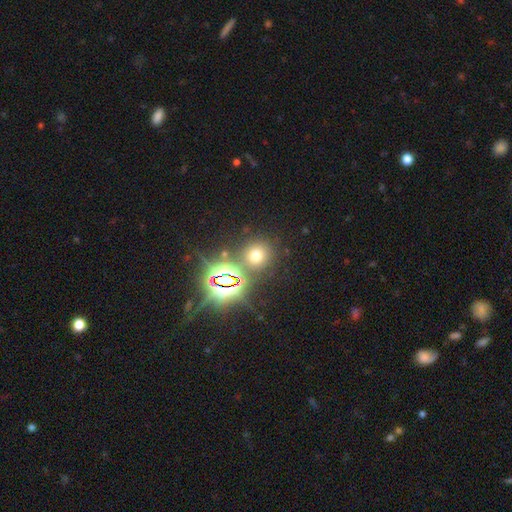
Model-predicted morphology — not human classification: Smooth or featured: smooth — 54% (star or artifact — 37%)
How rounded: round — 88% (in between — 11%)
Merging: none — 78% (merger — 10%)